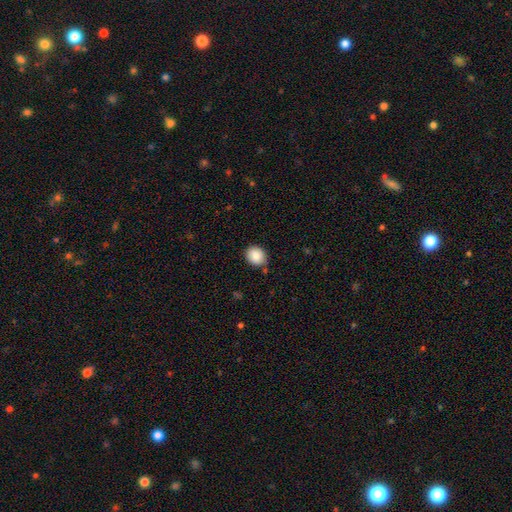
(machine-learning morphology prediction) smooth-or-featured: smooth: 87% | star or artifact: 8% | featured or disk: 5%
  how-rounded: round: 65% | in between: 34% | cigar-shaped: 1%
  merging: none: 83% | minor disturbance: 13% | major disturbance: 2% | merger: 2%